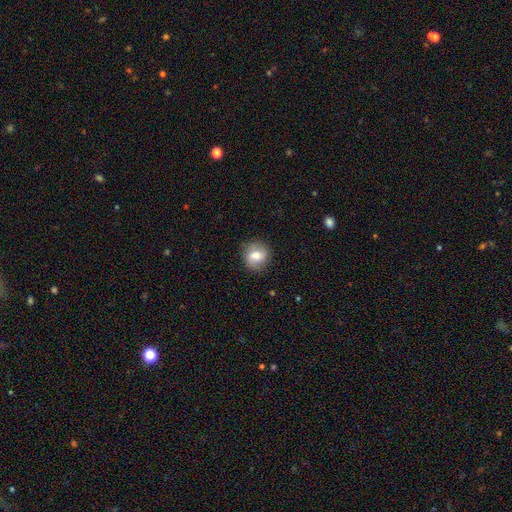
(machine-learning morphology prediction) A smooth galaxy with no disk features (68%) that is round (81%).

Vote fractions:
- Smooth or featured? smooth: 68% / featured or disk: 23% / star or artifact: 9%
- How rounded? round: 81% / in between: 18% / cigar-shaped: 1%
- Merging? none: 83% / minor disturbance: 13% / major disturbance: 4% / merger: 1%